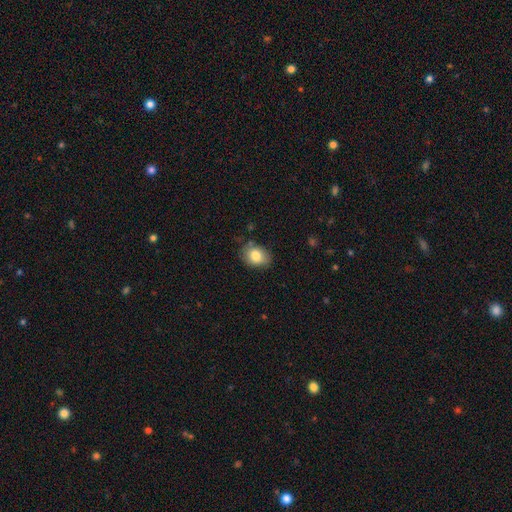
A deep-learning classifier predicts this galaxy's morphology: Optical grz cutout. It shows a smooth galaxy with no disk features (83%) that is in between round and cigar-shaped (66%). Merging: none (77%).